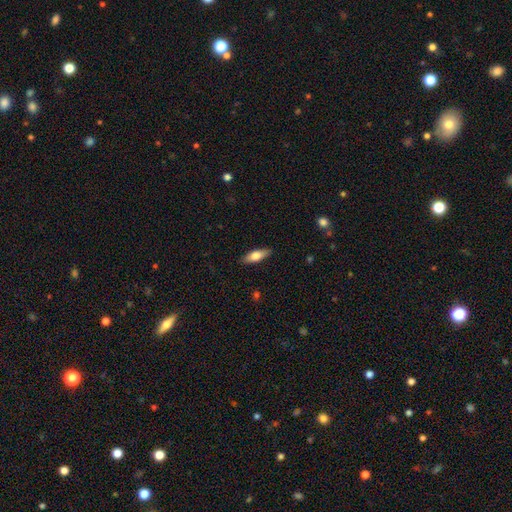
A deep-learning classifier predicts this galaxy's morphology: Smooth or featured? Predicted: smooth (p=0.67). How rounded? Predicted: in between (p=0.59). Merging? Predicted: none (p=0.87).